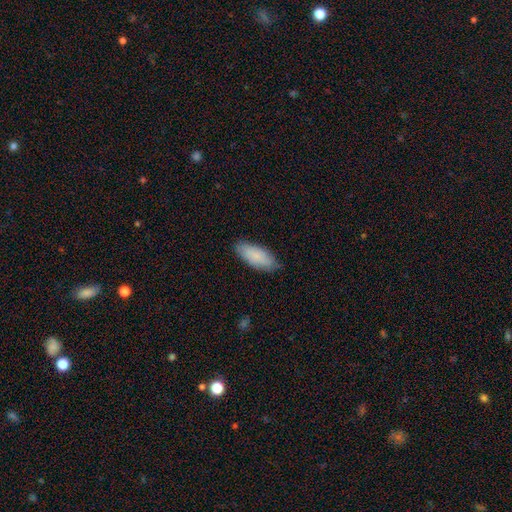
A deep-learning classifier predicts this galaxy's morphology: This is clearly a smooth galaxy (82%). How rounded: clearly in between (83%). Merging: clearly none (80%).